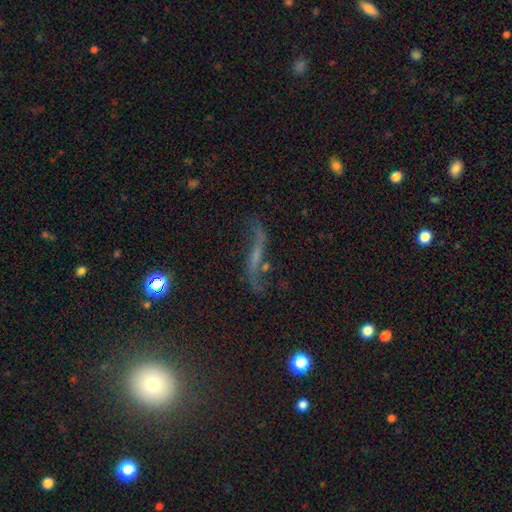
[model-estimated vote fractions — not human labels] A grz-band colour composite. It shows a featured or disk galaxy (63%). Merging: none (59%).